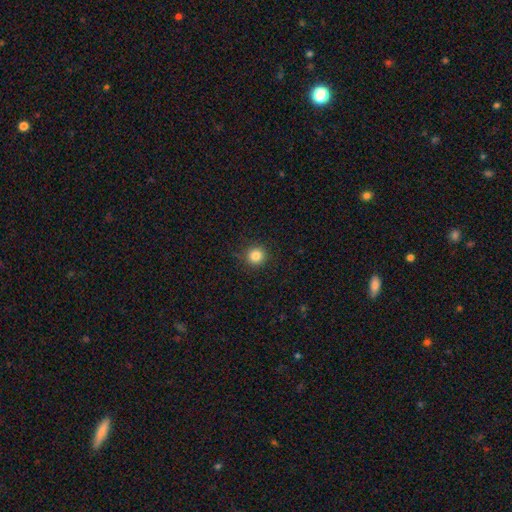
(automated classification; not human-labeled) A smooth galaxy with no disk features (84%) that is round (94%).

Vote fractions:
- Smooth or featured? smooth: 84% / star or artifact: 11% / featured or disk: 5%
- How rounded? round: 94% / in between: 5% / cigar-shaped: 1%
- Merging? none: 88% / minor disturbance: 8% / major disturbance: 3% / merger: 1%